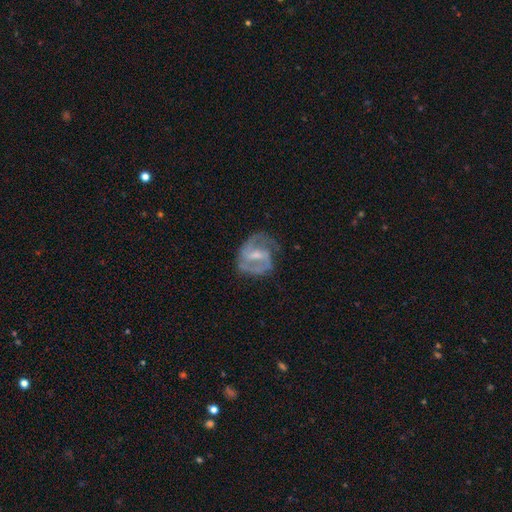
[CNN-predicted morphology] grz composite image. It shows a featured or disk galaxy (80%) with a weak bar (54%), 2 (70%) medium (51%) spiral arms (89%) and a moderate central bulge (43%). Merging: none (58%).